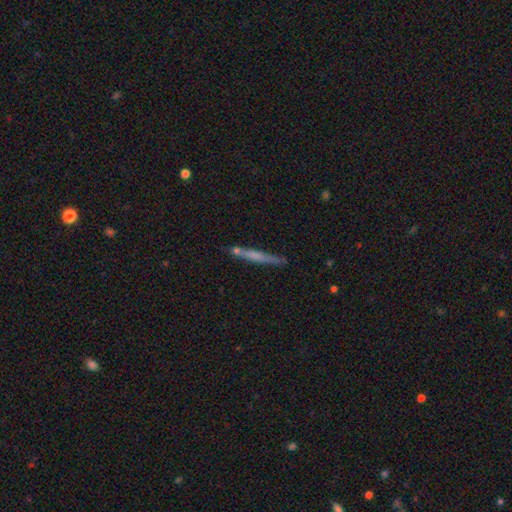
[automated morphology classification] smooth-or-featured: smooth: 50% | featured or disk: 43% | star or artifact: 7%
  how-rounded: cigar-shaped: 95% | in between: 4% | round: 2%
  merging: none: 75% | minor disturbance: 14% | merger: 8% | major disturbance: 3%